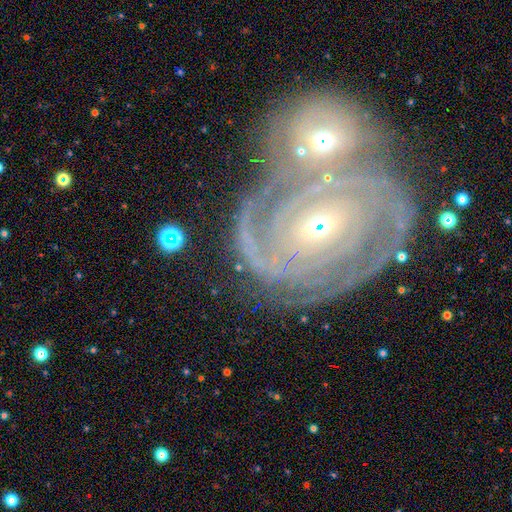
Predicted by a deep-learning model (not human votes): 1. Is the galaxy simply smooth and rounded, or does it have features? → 81% featured or disk, 10% smooth, 9% star or artifact.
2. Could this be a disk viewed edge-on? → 96% no, 4% yes.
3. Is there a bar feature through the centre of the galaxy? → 47% no, 31% weak, 22% strong.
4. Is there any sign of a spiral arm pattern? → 93% yes, 7% no.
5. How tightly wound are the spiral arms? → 78% tight, 17% medium, 4% loose.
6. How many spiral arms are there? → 30% can't tell, 25% 2, 17% 3, 10% 4, 9% more than 4, 9% 1.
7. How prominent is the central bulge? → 58% small, 35% moderate, 4% large, 2% none, 2% dominant.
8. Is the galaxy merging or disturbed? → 51% none, 29% merger, 13% minor disturbance, 8% major disturbance.